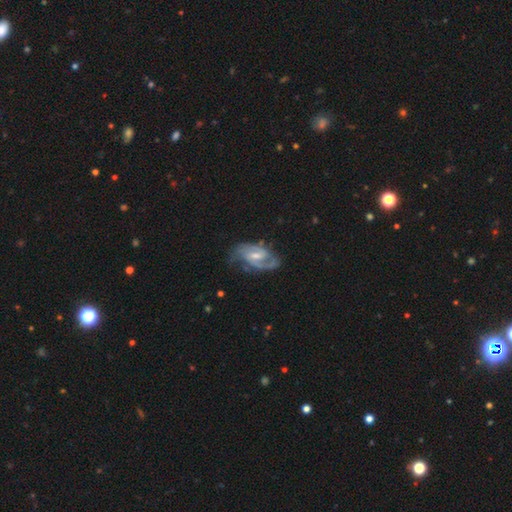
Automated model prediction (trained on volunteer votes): Smooth or featured? Predicted: featured or disk (p=0.88). Edge-on disk? Predicted: no (p=0.97). Bar? Predicted: weak (p=0.57). Spiral arms? Predicted: yes (p=0.97). Spiral winding? Predicted: medium (p=0.51). Spiral arm count? Predicted: 2 (p=0.80). Bulge size? Predicted: moderate (p=0.50). Merging? Predicted: none (p=0.66).